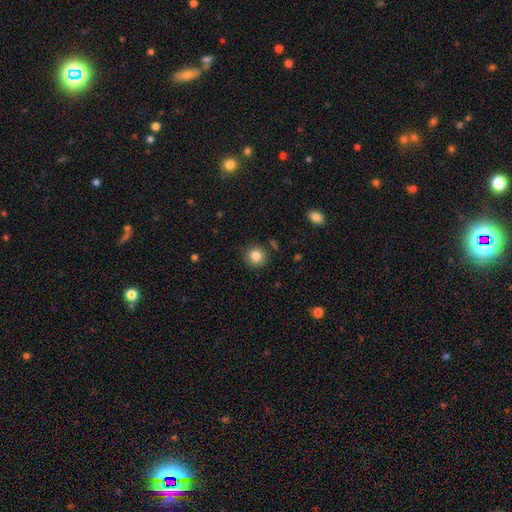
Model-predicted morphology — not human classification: The model was most divided on "smooth or featured": smooth: 84%, star or artifact: 10%, featured or disk: 6%. More confident: how rounded — round (91%); merging — none (86%).